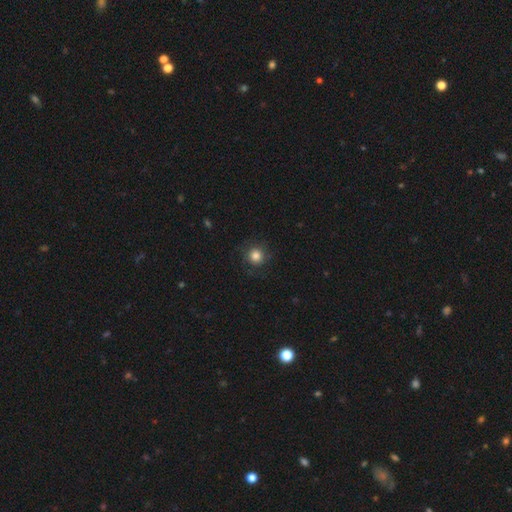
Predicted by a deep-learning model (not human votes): Smooth or featured: smooth — 77% (featured or disk — 12%)
How rounded: round — 93% (in between — 6%)
Merging: none — 81% (minor disturbance — 12%)